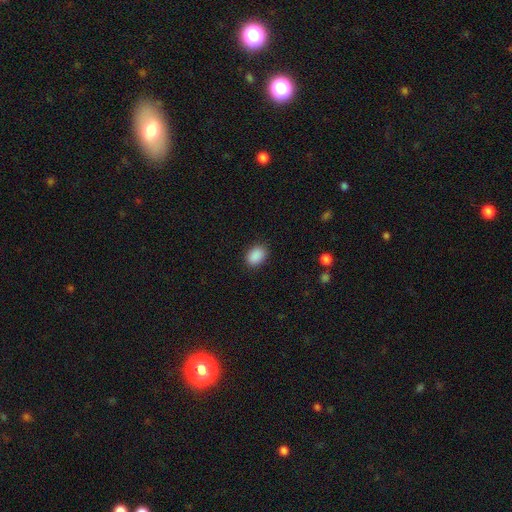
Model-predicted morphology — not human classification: Smooth or featured?
  - smooth: 90% *
  - star or artifact: 8%
  - featured or disk: 3%
How rounded?
  - in between: 78% *
  - round: 21%
  - cigar-shaped: 1%
Merging?
  - none: 87% *
  - minor disturbance: 9%
  - major disturbance: 3%
  - merger: 1%